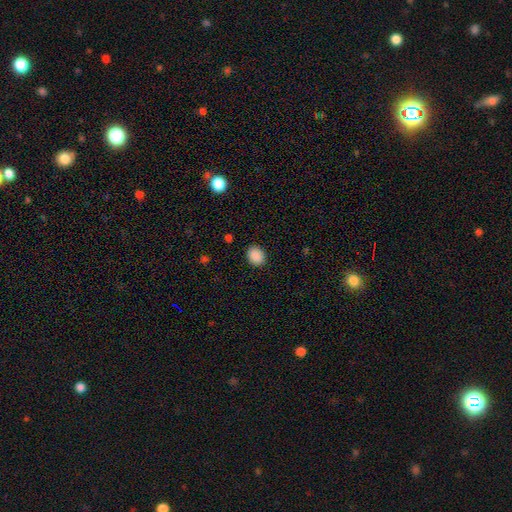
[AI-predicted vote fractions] smooth-or-featured: smooth: 89% | star or artifact: 8% | featured or disk: 2%
  how-rounded: round: 51% | in between: 48% | cigar-shaped: 1%
  merging: none: 89% | minor disturbance: 8% | major disturbance: 2% | merger: 1%